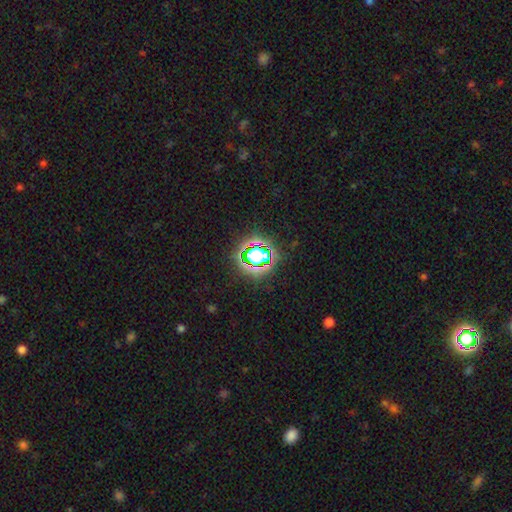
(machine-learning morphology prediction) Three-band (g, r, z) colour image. It shows a star or artifact, not a galaxy (65%).